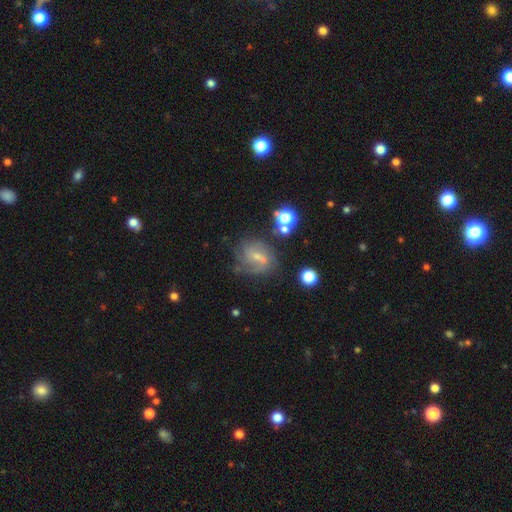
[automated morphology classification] Smooth or featured: featured or disk — 61% (smooth — 21%)
Edge-on disk: no — 96% (yes — 4%)
Bar: weak — 53% (no — 28%)
Spiral arms: yes — 82% (no — 18%)
Bulge size: small — 64% (moderate — 22%)
Merging: none — 61% (minor disturbance — 19%)